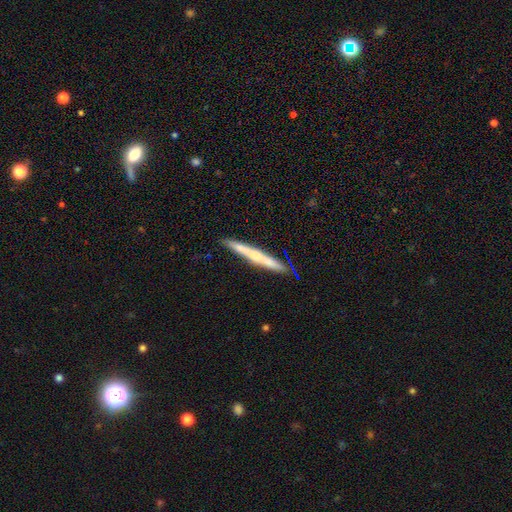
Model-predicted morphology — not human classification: This appears to be a featured or disk galaxy (64%) viewed edge-on (97%) with a rounded central bulge (71%). Merging: none (88%).